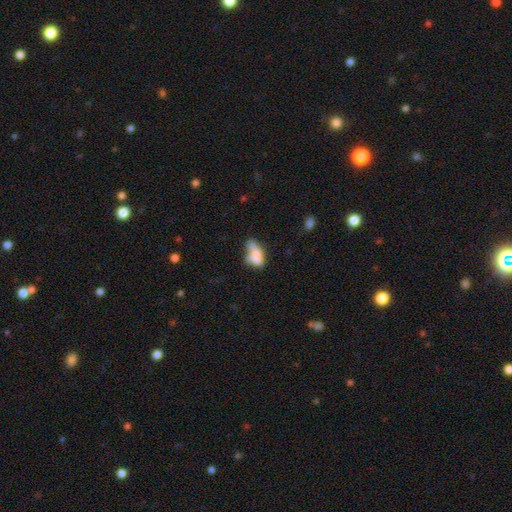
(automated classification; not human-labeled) A smooth galaxy with no disk features (65%) that is in between round and cigar-shaped (83%).

Vote fractions:
- Smooth or featured? smooth: 65% / featured or disk: 24% / star or artifact: 11%
- How rounded? in between: 83% / round: 9% / cigar-shaped: 8%
- Merging? merger: 39% / none: 23% / minor disturbance: 20% / major disturbance: 19%